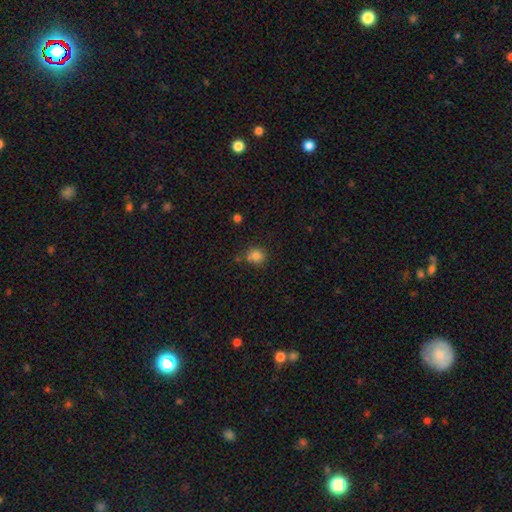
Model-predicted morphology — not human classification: type=smooth (82%); roundness=round (84%); merging=none (75%).